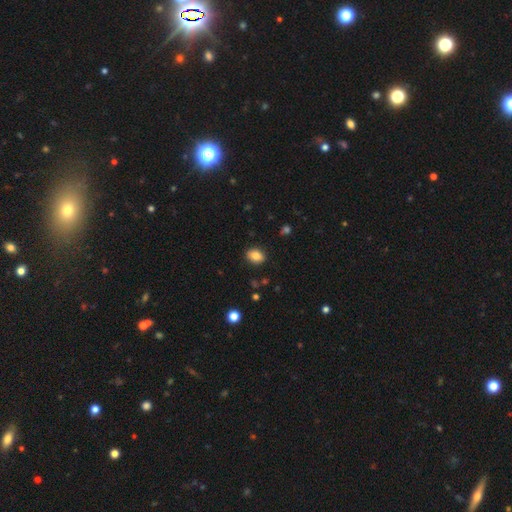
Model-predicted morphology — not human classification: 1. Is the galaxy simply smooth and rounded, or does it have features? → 84% smooth, 10% star or artifact, 6% featured or disk.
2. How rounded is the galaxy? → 59% in between, 40% round, 1% cigar-shaped.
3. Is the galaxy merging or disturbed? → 89% none, 7% minor disturbance, 2% major disturbance, 1% merger.